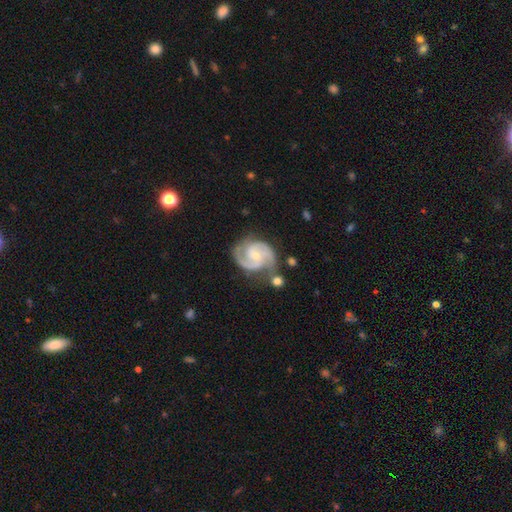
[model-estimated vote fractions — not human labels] The model was most divided on "bulge size": small: 53%, moderate: 44%, large: 1%, none: 1%, dominant: 1%. More confident: spiral arms — yes (98%); edge-on disk — no (98%); smooth or featured — featured or disk (91%); spiral arm count — 2 (82%); merging — none (62%); spiral winding — medium (54%); bar — no (52%).